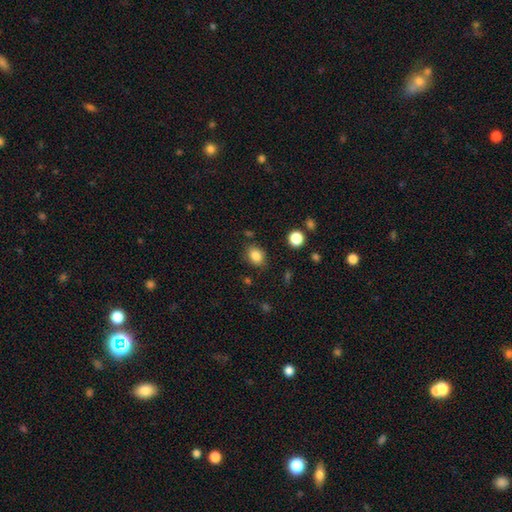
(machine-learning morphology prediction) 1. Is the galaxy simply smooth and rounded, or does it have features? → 84% smooth, 10% star or artifact, 5% featured or disk.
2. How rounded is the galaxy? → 55% in between, 44% round, 1% cigar-shaped.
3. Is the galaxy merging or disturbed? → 81% none, 12% minor disturbance, 4% major disturbance, 3% merger.